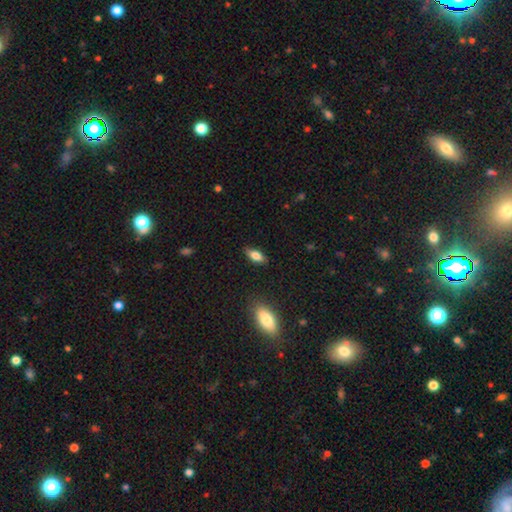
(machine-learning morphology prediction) A smooth galaxy with no disk features (75%) that is in between round and cigar-shaped (79%). Merging: none (83%).